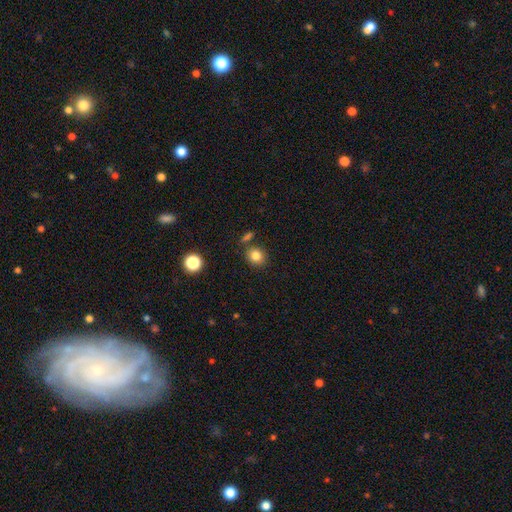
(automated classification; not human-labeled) The model was most divided on "how rounded": round: 77%, in between: 22%, cigar-shaped: 1%. More confident: smooth or featured — smooth (82%); merging — none (80%).